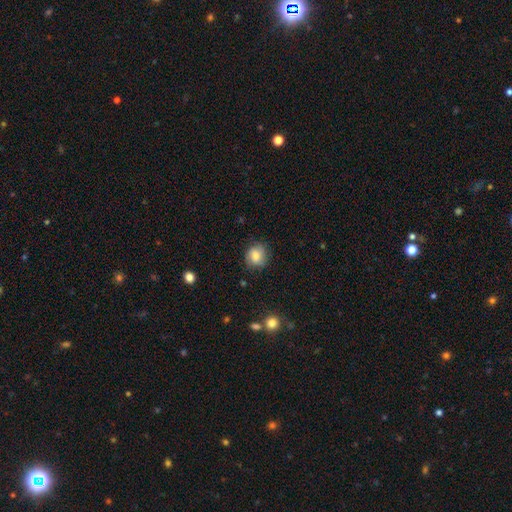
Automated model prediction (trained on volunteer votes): smooth-or-featured: smooth: 72% | featured or disk: 18% | star or artifact: 10%
  how-rounded: round: 79% | in between: 20% | cigar-shaped: 1%
  merging: none: 78% | minor disturbance: 16% | major disturbance: 4% | merger: 1%